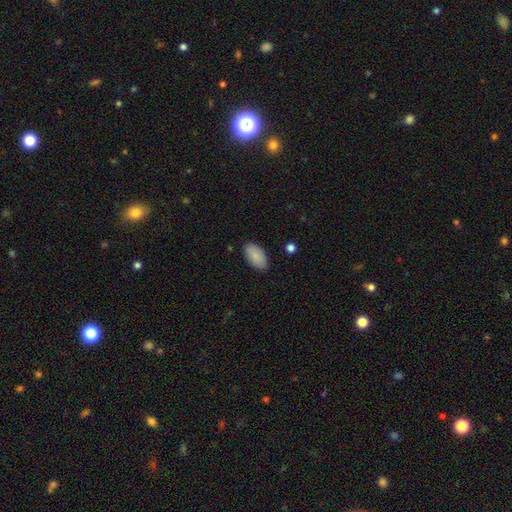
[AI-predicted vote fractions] The model was most divided on "merging": none: 86%, minor disturbance: 11%, major disturbance: 2%, merger: 1%. More confident: how rounded — in between (95%); smooth or featured — smooth (87%).